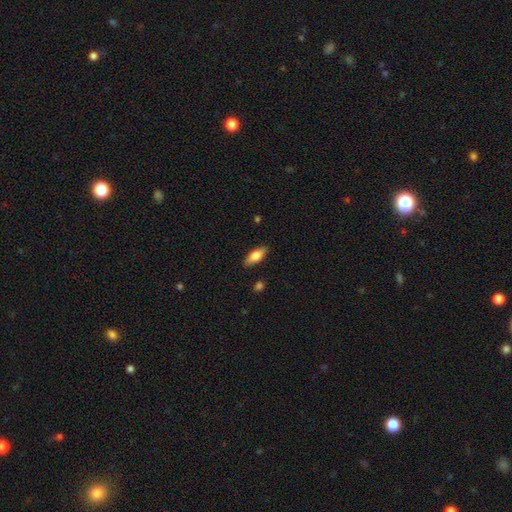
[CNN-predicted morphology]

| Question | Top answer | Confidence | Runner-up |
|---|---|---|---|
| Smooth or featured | smooth | 76% | featured or disk (18%) |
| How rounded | in between | 76% | cigar-shaped (22%) |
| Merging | none | 86% | minor disturbance (10%) |